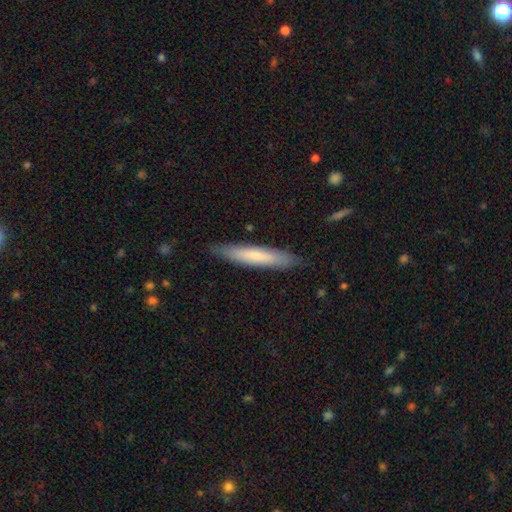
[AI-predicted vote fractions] smooth_or_featured: smooth (p=0.71) [alt: featured or disk p=0.24]
how_rounded: cigar-shaped (p=0.91) [alt: in between p=0.08]
merging: none (p=0.87) [alt: minor disturbance p=0.10]